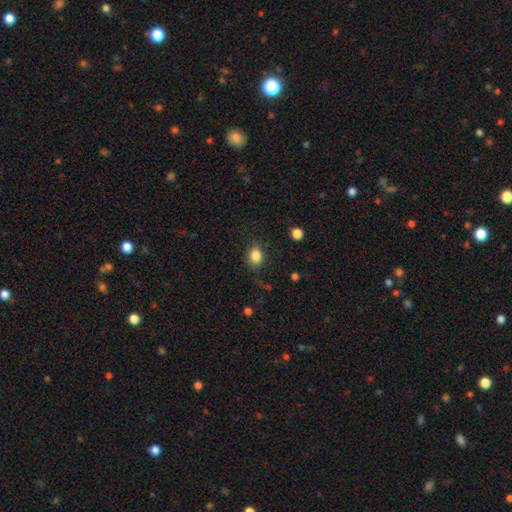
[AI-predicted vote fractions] This appears to be a smooth galaxy with no disk features (84%) that is in between round and cigar-shaped (65%). Merging: none (75%).